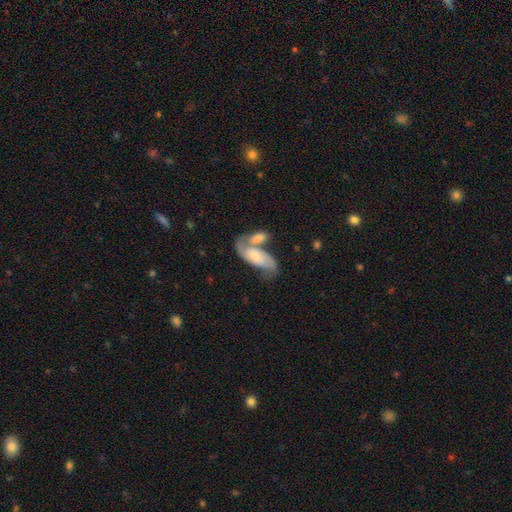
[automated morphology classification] Smooth or featured? Predicted: featured or disk (p=0.52). Edge-on disk? Predicted: no (p=0.91). Merging? Predicted: merger (p=0.54).